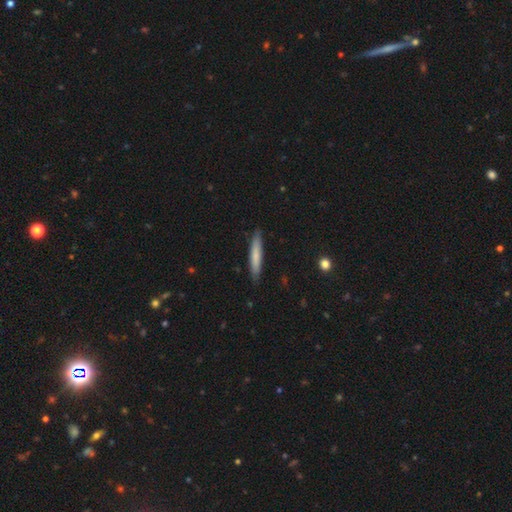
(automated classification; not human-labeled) The model was most divided on "smooth or featured": smooth: 72%, featured or disk: 22%, star or artifact: 5%. More confident: how rounded — cigar-shaped (92%); merging — none (87%).